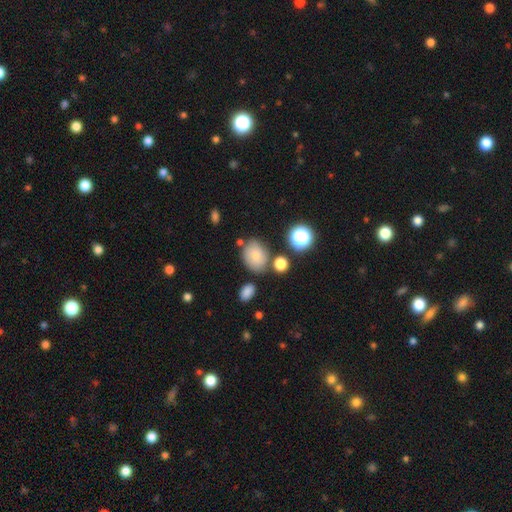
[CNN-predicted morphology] A smooth galaxy with no disk features (75%) that is in between round and cigar-shaped (60%). Merging: none (68%).